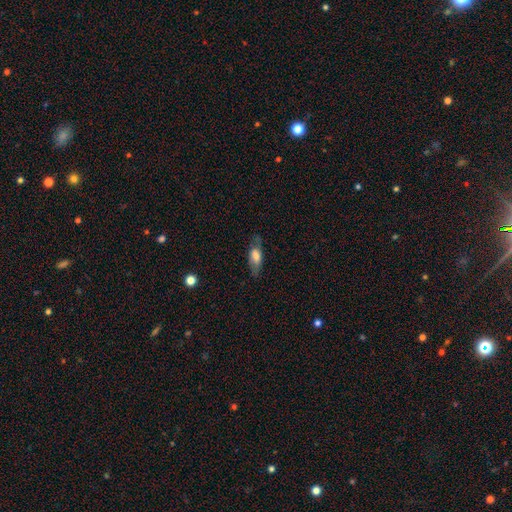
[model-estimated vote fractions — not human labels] Smooth or featured?
  - smooth: 61% *
  - featured or disk: 31%
  - star or artifact: 8%
How rounded?
  - in between: 69% *
  - cigar-shaped: 28%
  - round: 3%
Merging?
  - none: 70% *
  - minor disturbance: 20%
  - major disturbance: 8%
  - merger: 2%